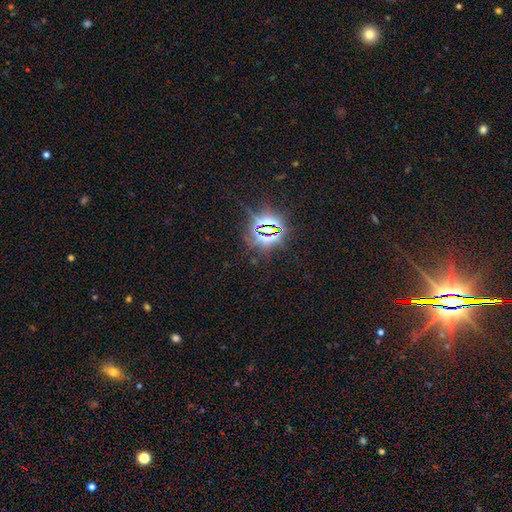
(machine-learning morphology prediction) star or artifact 86%, smooth 8%, featured or disk 7%.